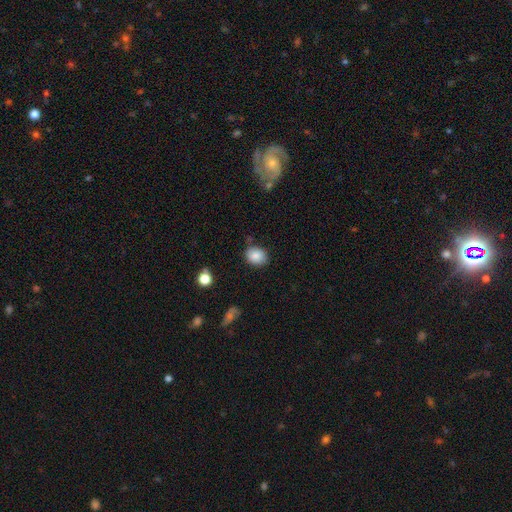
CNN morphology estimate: Overall: smooth (83%). How rounded: round (51%; in between 48%). Merging: none (73%).